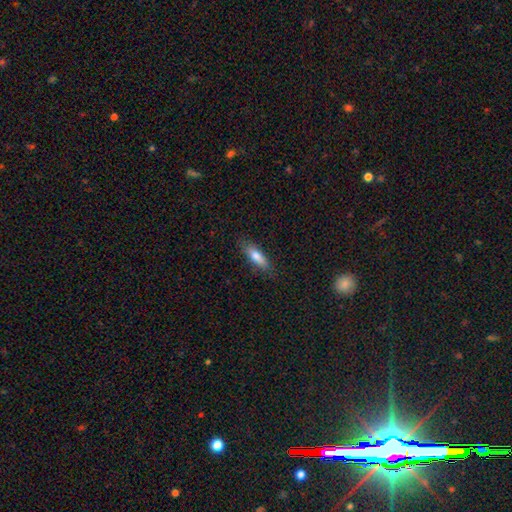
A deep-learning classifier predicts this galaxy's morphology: Smooth or featured: smooth — 76% (featured or disk — 17%)
How rounded: cigar-shaped — 53% (in between — 45%)
Merging: none — 82% (minor disturbance — 14%)